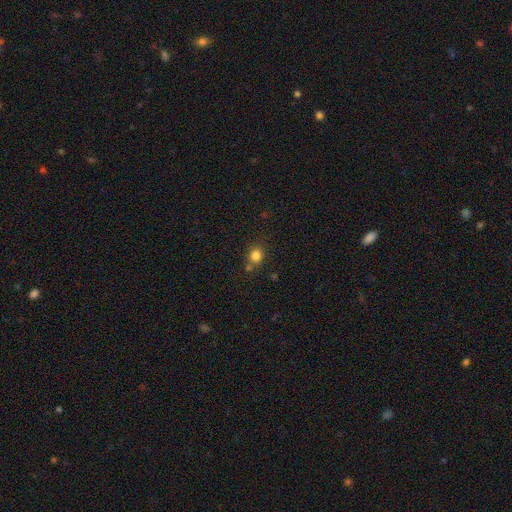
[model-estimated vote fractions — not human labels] The model was most divided on "how rounded": round: 79%, in between: 20%, cigar-shaped: 1%. More confident: smooth or featured — smooth (82%); merging — none (72%).